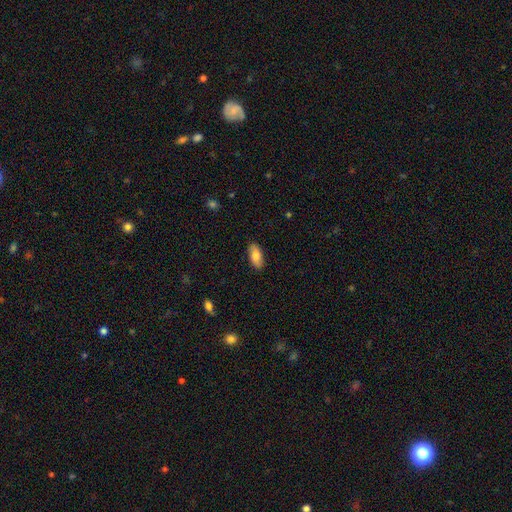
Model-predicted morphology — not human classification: smooth-or-featured: smooth: 82% | featured or disk: 12% | star or artifact: 6%
  how-rounded: in between: 88% | cigar-shaped: 10% | round: 2%
  merging: none: 88% | minor disturbance: 9% | major disturbance: 2% | merger: 1%